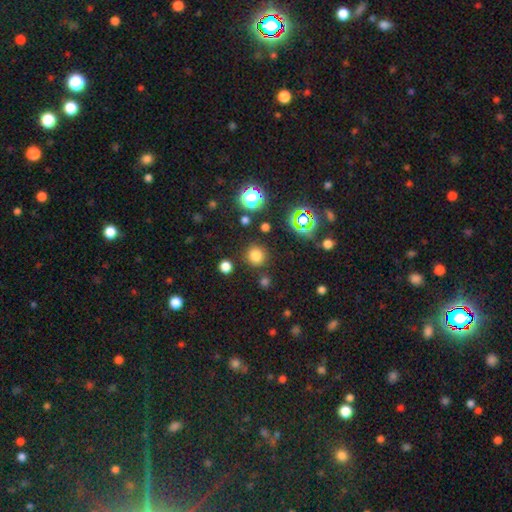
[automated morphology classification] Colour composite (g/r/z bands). It shows a smooth galaxy with no disk features (73%) that is round (92%). Merging: none (85%).